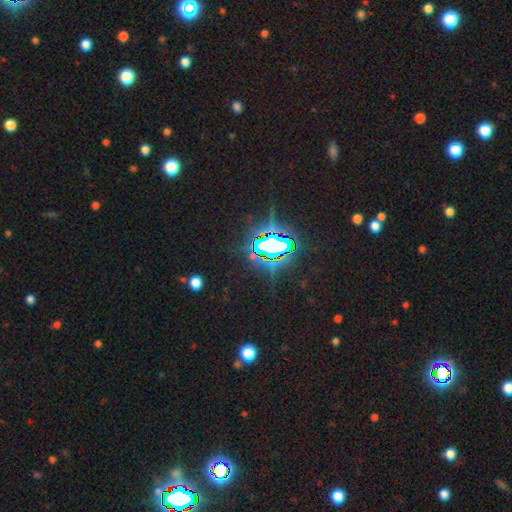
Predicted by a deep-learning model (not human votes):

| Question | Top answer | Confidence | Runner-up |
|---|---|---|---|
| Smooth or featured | star or artifact | 80% | smooth (11%) |